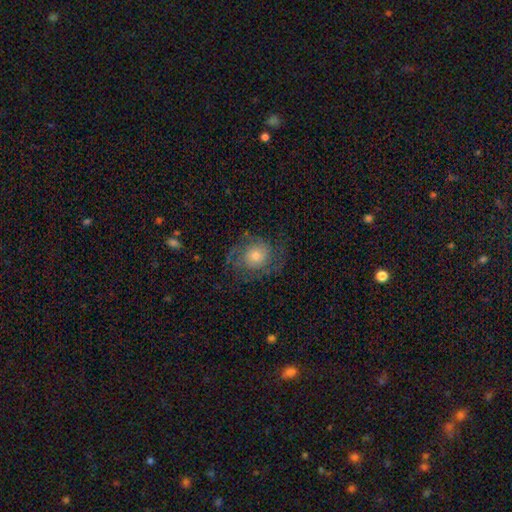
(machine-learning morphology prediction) A featured or disk galaxy (63%) with no bar (80%), 2 (56%) medium (44%) spiral arms (87%) and a moderate central bulge (50%). Merging: none (69%).